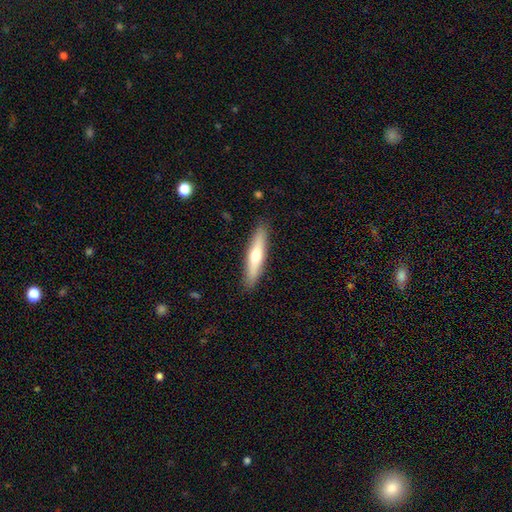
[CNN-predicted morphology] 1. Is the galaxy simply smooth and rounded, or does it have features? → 52% smooth, 42% featured or disk, 5% star or artifact.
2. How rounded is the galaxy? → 83% cigar-shaped, 15% in between, 1% round.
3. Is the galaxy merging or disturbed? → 90% none, 8% minor disturbance, 2% major disturbance, 1% merger.